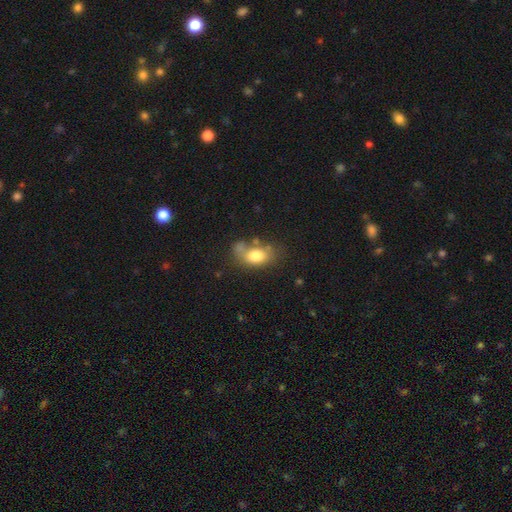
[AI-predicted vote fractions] Q: Smooth or featured?
A: smooth (76%); runner-up: featured or disk (15%)
Q: How rounded?
A: in between (81%); runner-up: round (17%)
Q: Merging?
A: none (41%); runner-up: minor disturbance (23%)